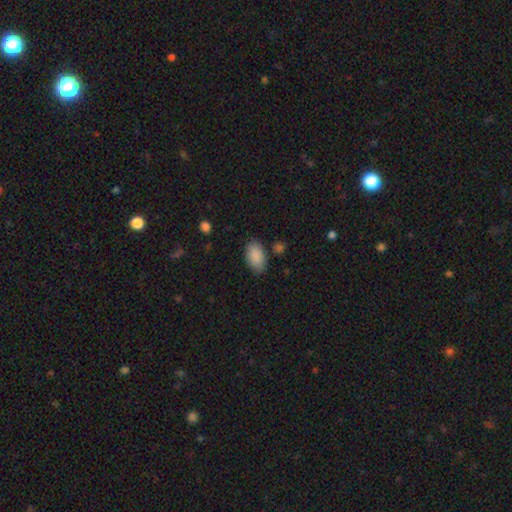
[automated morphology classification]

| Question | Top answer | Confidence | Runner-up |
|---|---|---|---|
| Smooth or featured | smooth | 89% | star or artifact (7%) |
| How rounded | in between | 93% | round (5%) |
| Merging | none | 82% | minor disturbance (12%) |